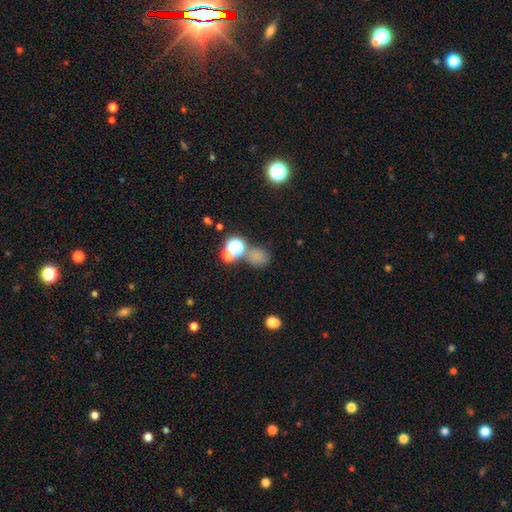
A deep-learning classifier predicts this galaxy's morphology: Smooth or featured? Predicted: smooth (p=0.61). How rounded? Predicted: round (p=0.70). Merging? Predicted: none (p=0.58).